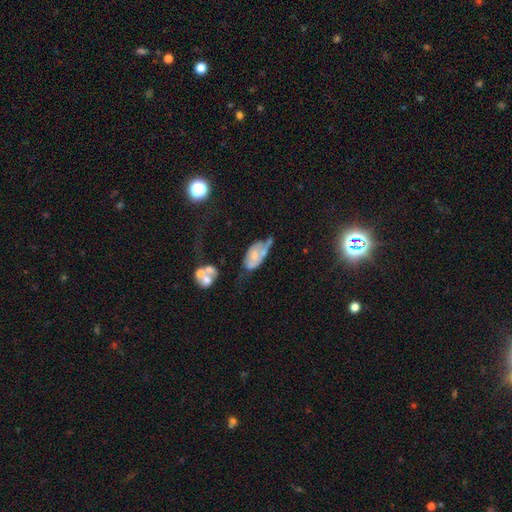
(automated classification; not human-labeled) Smooth or featured? Predicted: featured or disk (p=0.55). Edge-on disk? Predicted: no (p=0.93). Bar? Predicted: no (p=0.71). Spiral arms? Predicted: yes (p=0.56). Bulge size? Predicted: small (p=0.48). Merging? Predicted: minor disturbance (p=0.29, tied with major disturbance).